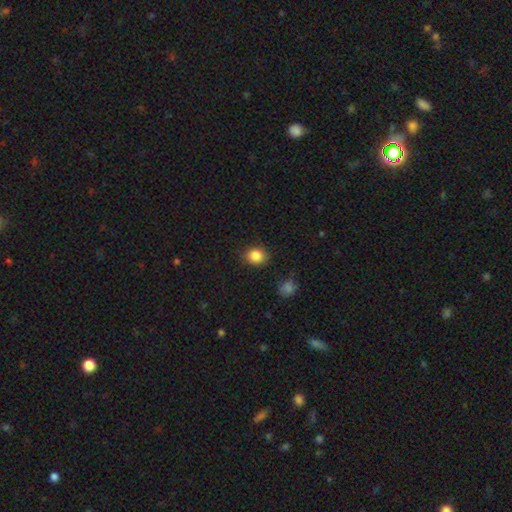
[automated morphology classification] smooth_or_featured: smooth (p=0.85) [alt: star or artifact p=0.10]
how_rounded: round (p=0.69) [alt: in between p=0.30]
merging: none (p=0.84) [alt: minor disturbance p=0.11]